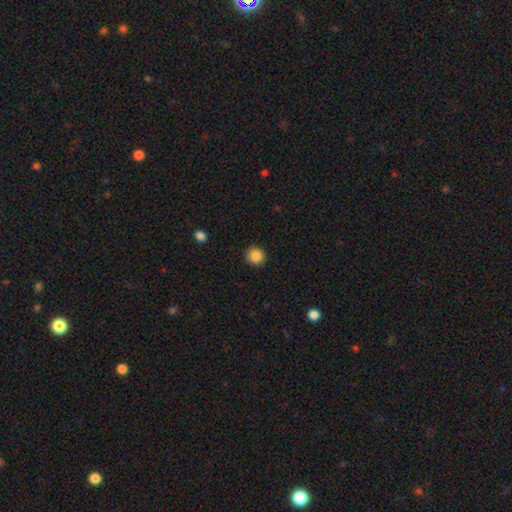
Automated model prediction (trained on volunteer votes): Smooth or featured? Predicted: smooth (p=0.86). How rounded? Predicted: round (p=0.90). Merging? Predicted: none (p=0.92).